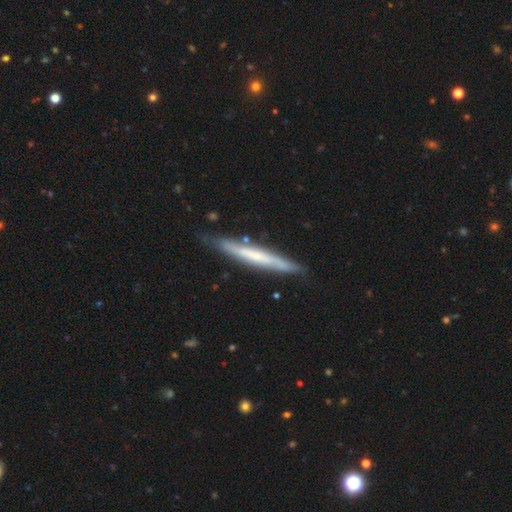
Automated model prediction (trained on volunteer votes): Overall: featured or disk (56%; smooth 38%). Edge-on disk: yes (89%). Merging: none (80%).